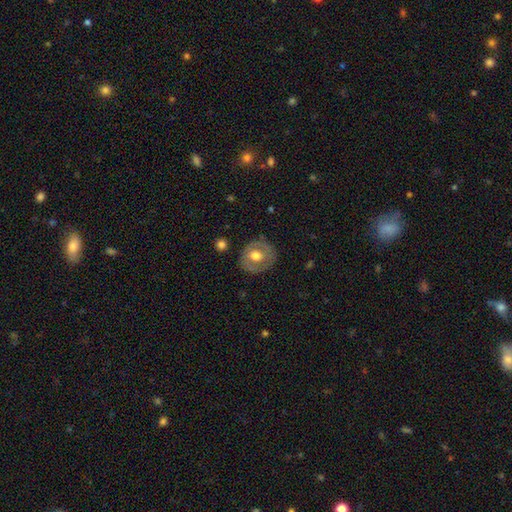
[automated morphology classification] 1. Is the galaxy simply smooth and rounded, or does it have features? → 47% smooth (tied), 47% featured or disk (tied), 6% star or artifact.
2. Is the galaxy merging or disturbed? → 80% none, 14% minor disturbance, 5% major disturbance, 1% merger.